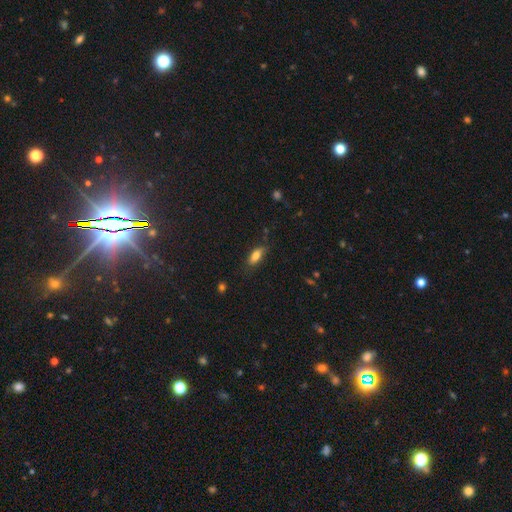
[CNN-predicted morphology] Q: Smooth or featured?
A: smooth (78%); runner-up: featured or disk (13%)
Q: How rounded?
A: in between (75%); runner-up: cigar-shaped (22%)
Q: Merging?
A: none (72%); runner-up: minor disturbance (21%)